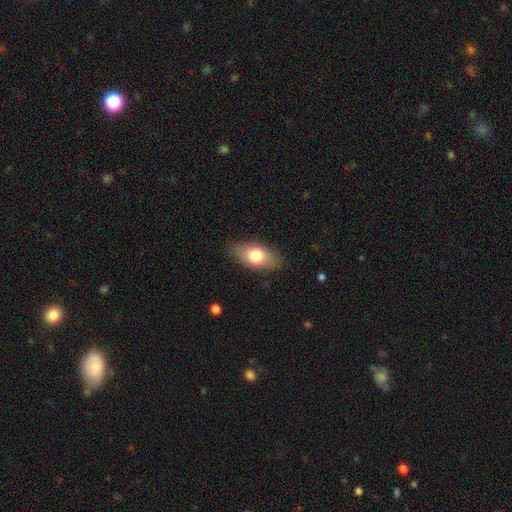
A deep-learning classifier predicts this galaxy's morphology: A smooth galaxy with no disk features (74%) that is in between round and cigar-shaped (88%). Merging: none (84%).